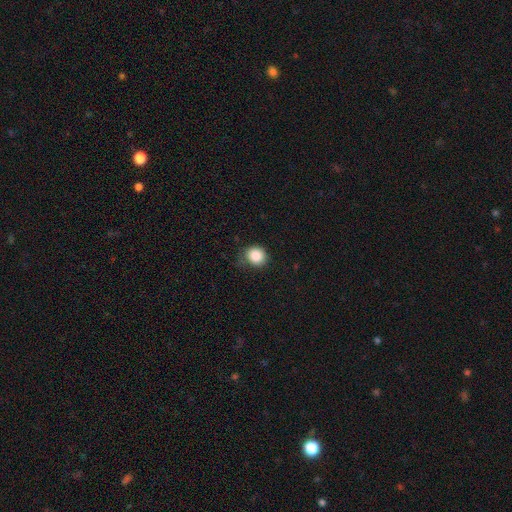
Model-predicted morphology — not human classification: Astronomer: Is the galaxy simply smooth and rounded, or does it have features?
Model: smooth — 85%.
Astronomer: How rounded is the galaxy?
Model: round — 82%.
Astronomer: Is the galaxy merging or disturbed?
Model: none — 67%.